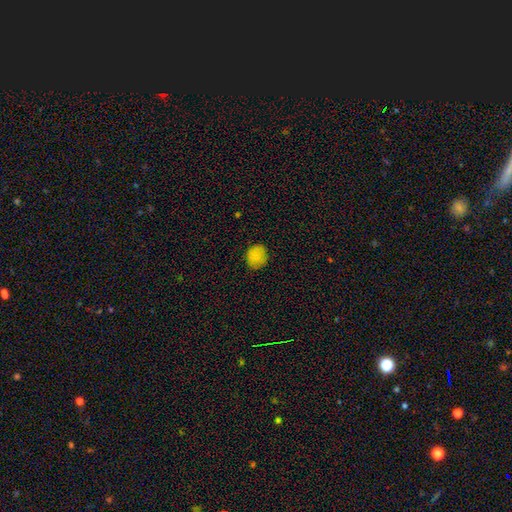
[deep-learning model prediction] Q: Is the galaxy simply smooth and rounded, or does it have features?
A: smooth — 85%.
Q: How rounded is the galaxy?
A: round — 72%.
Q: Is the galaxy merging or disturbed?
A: none — 83%.